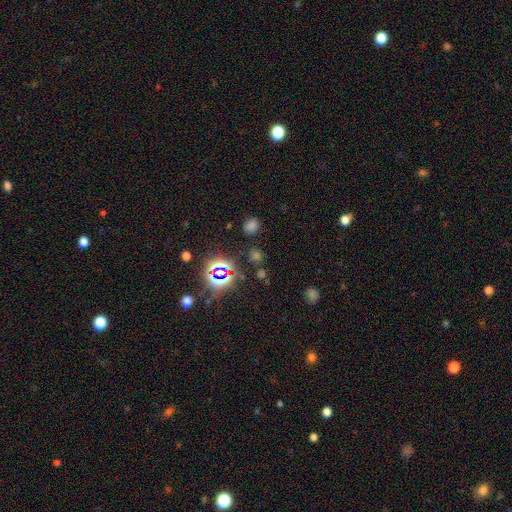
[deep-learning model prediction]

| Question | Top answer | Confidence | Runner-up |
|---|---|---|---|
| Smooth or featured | star or artifact | 54% | smooth (39%) |